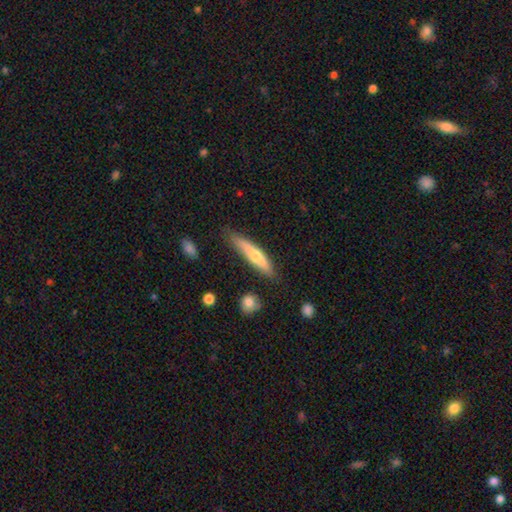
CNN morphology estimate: This is possibly a smooth galaxy (56%). How rounded: clearly cigar-shaped (86%). Merging: likely none (75%).